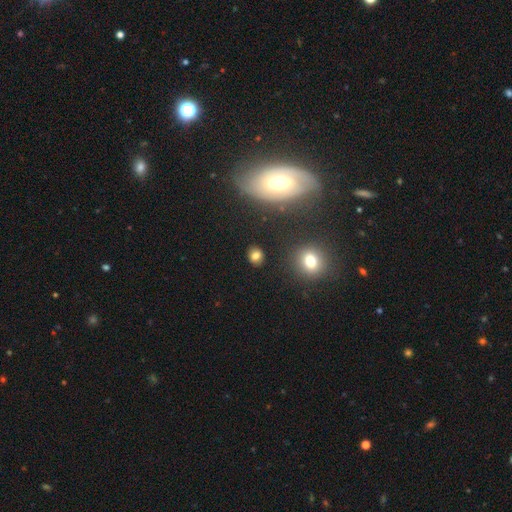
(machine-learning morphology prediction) Q: Smooth or featured?
A: smooth (77%); runner-up: star or artifact (15%)
Q: How rounded?
A: round (65%); runner-up: in between (33%)
Q: Merging?
A: none (85%); runner-up: minor disturbance (9%)